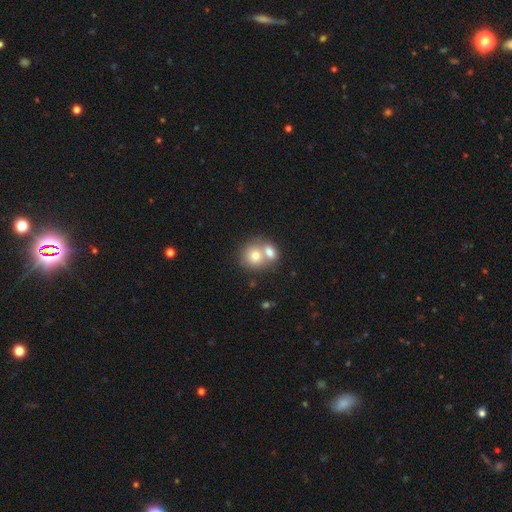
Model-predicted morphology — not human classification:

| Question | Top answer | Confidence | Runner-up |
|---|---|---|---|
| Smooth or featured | smooth | 75% | featured or disk (16%) |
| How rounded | round | 72% | in between (27%) |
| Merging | merger | 63% | none (28%) |